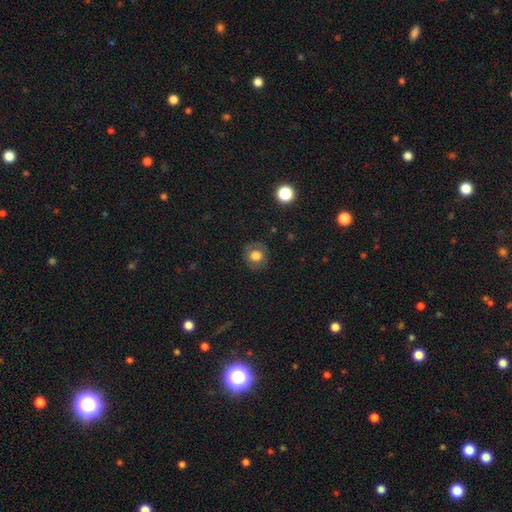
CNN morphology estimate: Smooth or featured?
  - smooth: 72% *
  - featured or disk: 17%
  - star or artifact: 11%
How rounded?
  - round: 83% *
  - in between: 16%
  - cigar-shaped: 1%
Merging?
  - none: 82% *
  - minor disturbance: 12%
  - major disturbance: 5%
  - merger: 1%